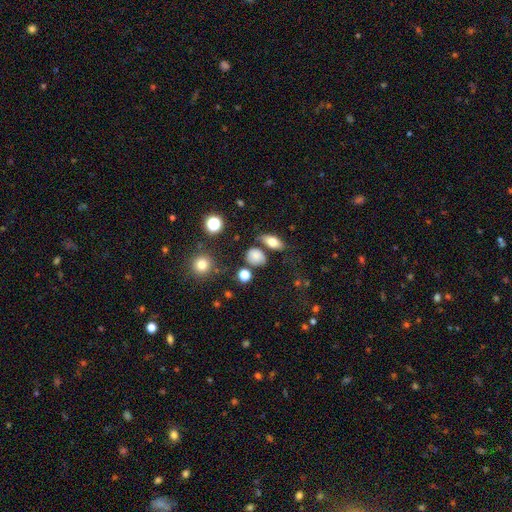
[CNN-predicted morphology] Smooth or featured?
  - smooth: 76% *
  - star or artifact: 15%
  - featured or disk: 9%
How rounded?
  - round: 60% *
  - in between: 37%
  - cigar-shaped: 3%
Merging?
  - none: 64% *
  - minor disturbance: 18%
  - merger: 11%
  - major disturbance: 7%